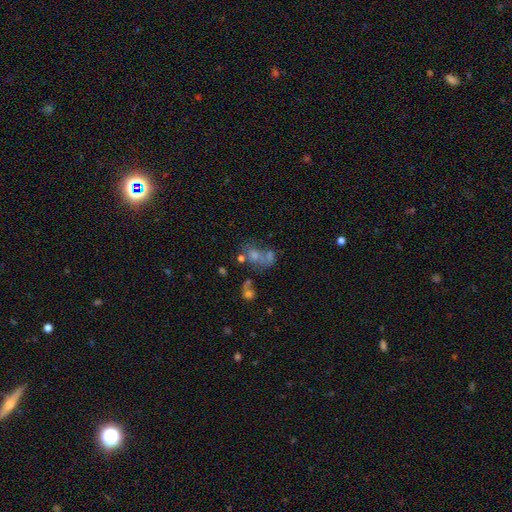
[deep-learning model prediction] Q: Smooth or featured?
A: smooth (51%); runner-up: featured or disk (29%)
Q: How rounded?
A: in between (57%); runner-up: round (41%)
Q: Merging?
A: merger (47%); runner-up: none (25%)